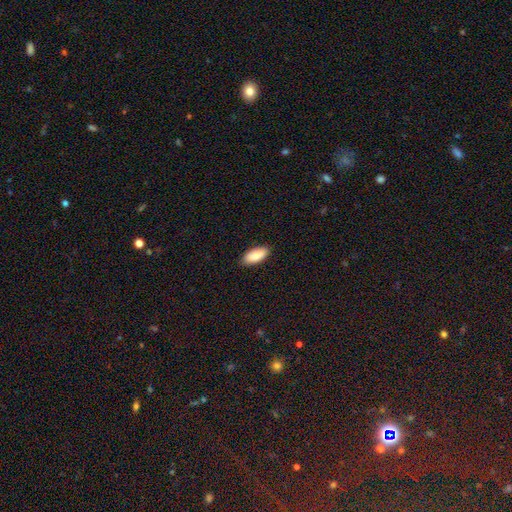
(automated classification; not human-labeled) Q: Smooth or featured?
A: smooth (89%); runner-up: star or artifact (6%)
Q: How rounded?
A: in between (87%); runner-up: cigar-shaped (12%)
Q: Merging?
A: none (89%); runner-up: minor disturbance (8%)